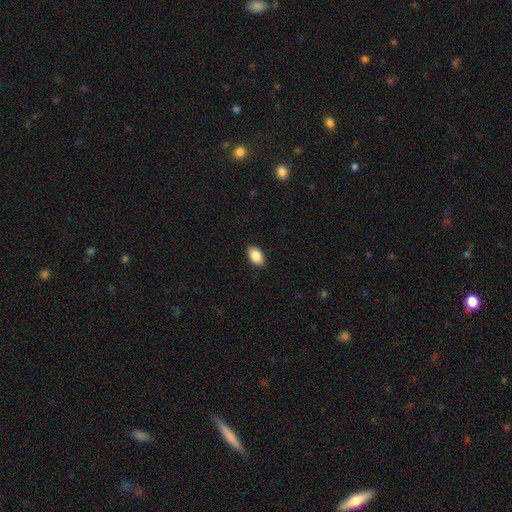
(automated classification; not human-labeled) Q: Smooth or featured?
A: smooth (86%); runner-up: star or artifact (7%)
Q: How rounded?
A: in between (92%); runner-up: round (6%)
Q: Merging?
A: none (88%); runner-up: minor disturbance (9%)